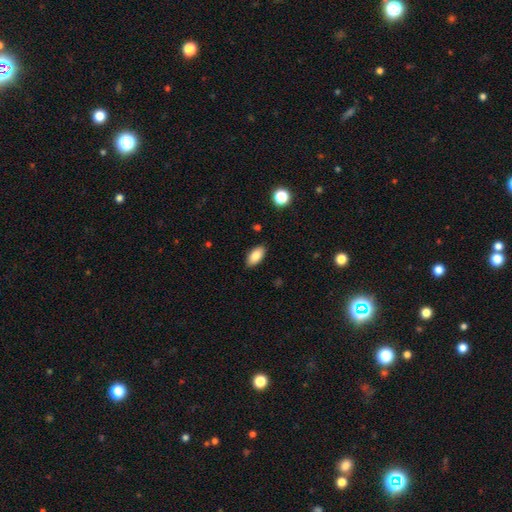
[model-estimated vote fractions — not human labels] Morphology: type=smooth (85%); roundness=in between (92%); merging=none (87%).